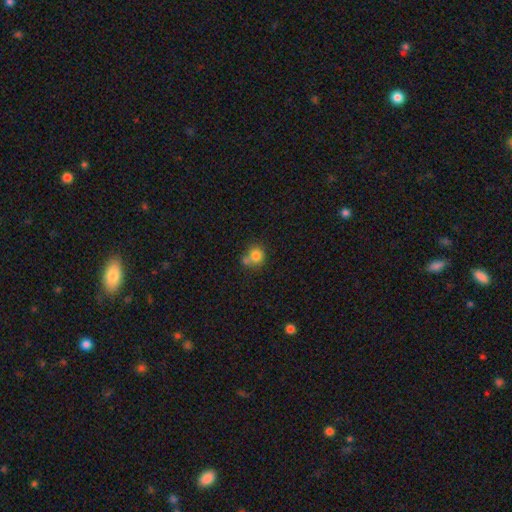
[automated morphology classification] This appears to be a smooth galaxy with no disk features (80%) that is round (83%). Merging: none (50%).